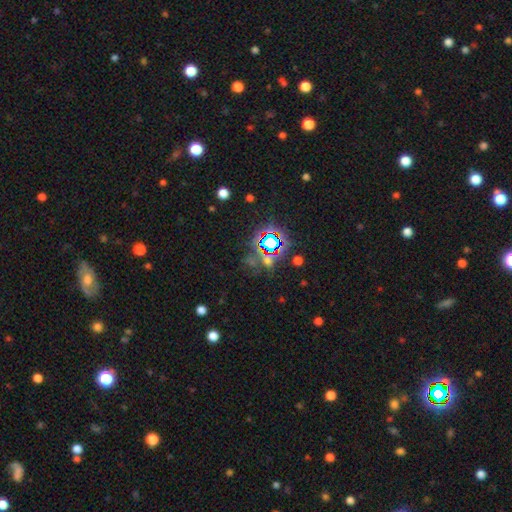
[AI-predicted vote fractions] Morphology: type=star or artifact (77%).